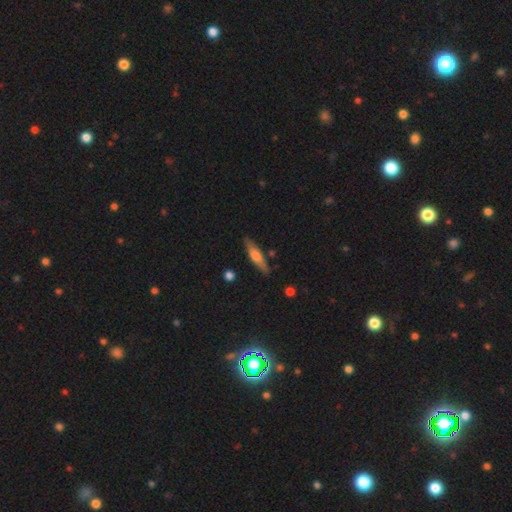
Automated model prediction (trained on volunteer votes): smooth 50%, featured or disk 44%, star or artifact 6%. Down the decision tree: merging — none (84%).